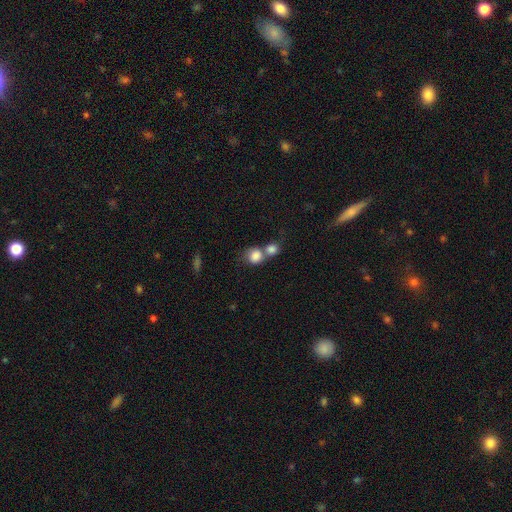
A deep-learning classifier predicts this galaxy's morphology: This is clearly a smooth galaxy (84%). How rounded: likely round (72%). Merging: likely merger (61%).